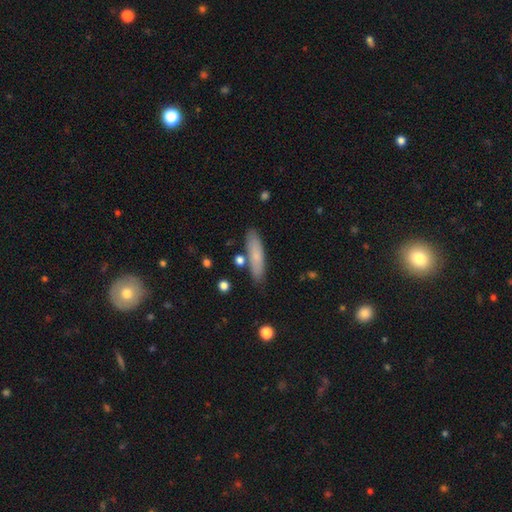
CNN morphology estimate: smooth 76%, featured or disk 18%, star or artifact 7%. Down the decision tree: how rounded — cigar-shaped (76%); merging — none (82%).